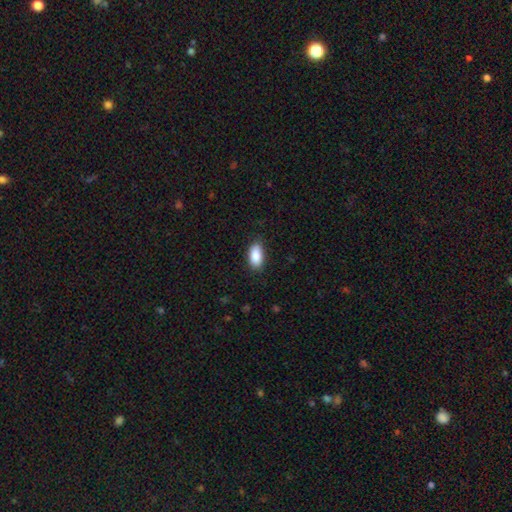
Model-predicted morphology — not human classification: Overall: smooth (89%). How rounded: in between (92%). Merging: none (84%).